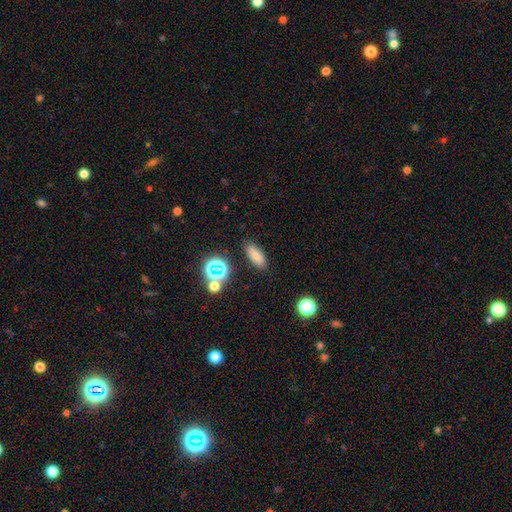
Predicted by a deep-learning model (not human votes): smooth 74%, star or artifact 15%, featured or disk 11%. Down the decision tree: how rounded — in between (76%); merging — none (84%).